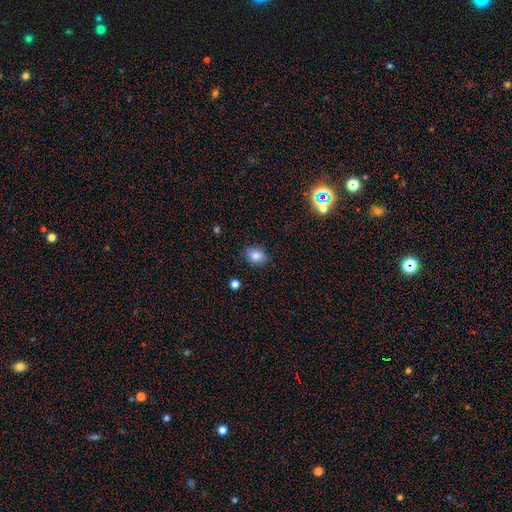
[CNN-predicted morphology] A smooth galaxy with no disk features (82%) that is in between round and cigar-shaped (67%). Merging: none (83%).